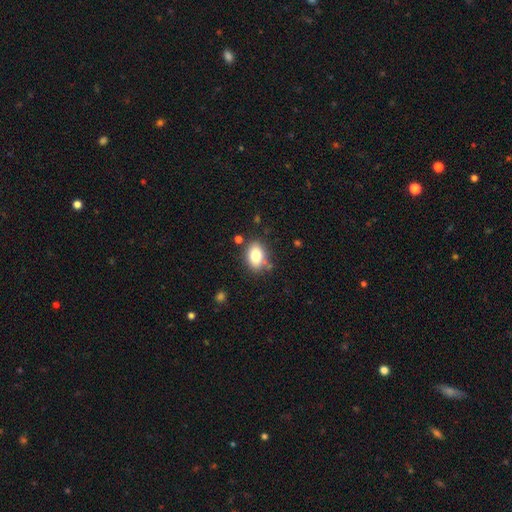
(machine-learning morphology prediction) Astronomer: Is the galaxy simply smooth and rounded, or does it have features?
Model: smooth — 81%.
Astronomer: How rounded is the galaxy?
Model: in between — 80%.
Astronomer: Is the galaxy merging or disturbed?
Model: none — 77%.